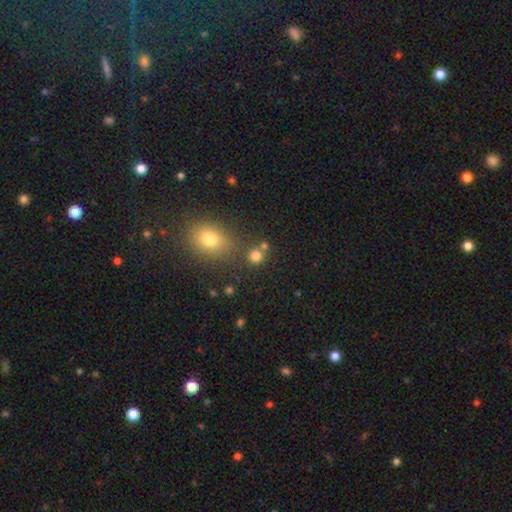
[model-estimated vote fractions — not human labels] smooth_or_featured: smooth (p=0.77) [alt: star or artifact p=0.16]
how_rounded: round (p=0.87) [alt: in between p=0.12]
merging: none (p=0.69) [alt: merger p=0.20]